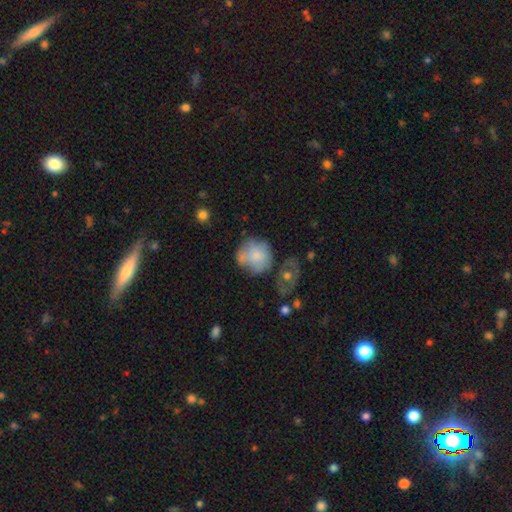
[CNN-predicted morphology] A smooth galaxy with no disk features (69%) that is round (83%).

Vote fractions:
- Smooth or featured? smooth: 69% / featured or disk: 23% / star or artifact: 8%
- How rounded? round: 83% / in between: 16% / cigar-shaped: 1%
- Merging? none: 51% / minor disturbance: 24% / merger: 13% / major disturbance: 11%